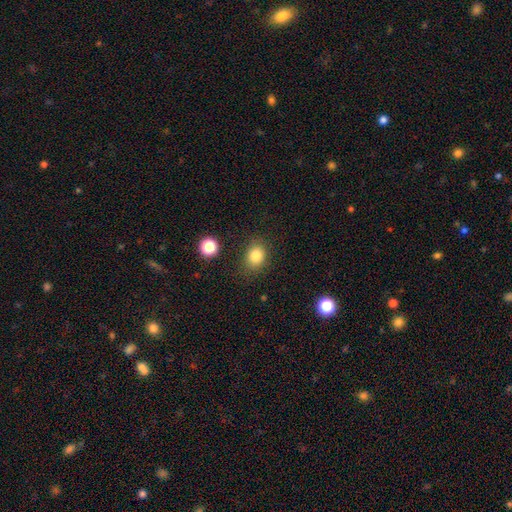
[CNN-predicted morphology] Smooth or featured?
  - smooth: 82% *
  - star or artifact: 12%
  - featured or disk: 7%
How rounded?
  - round: 53% *
  - in between: 46%
  - cigar-shaped: 1%
Merging?
  - none: 82% *
  - minor disturbance: 12%
  - major disturbance: 4%
  - merger: 2%